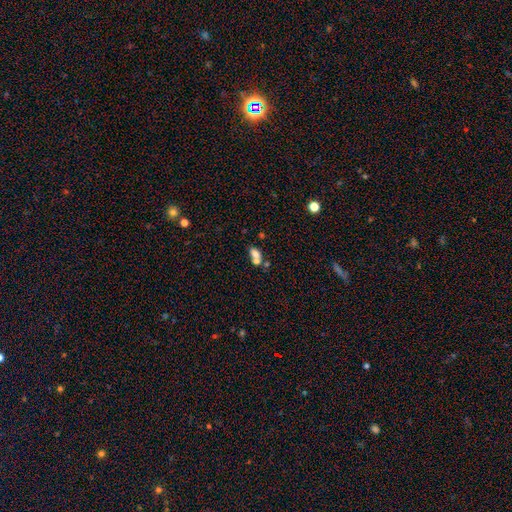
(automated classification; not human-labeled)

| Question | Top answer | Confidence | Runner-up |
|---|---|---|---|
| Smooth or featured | smooth | 71% | featured or disk (16%) |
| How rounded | in between | 78% | round (19%) |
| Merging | merger | 53% | none (32%) |